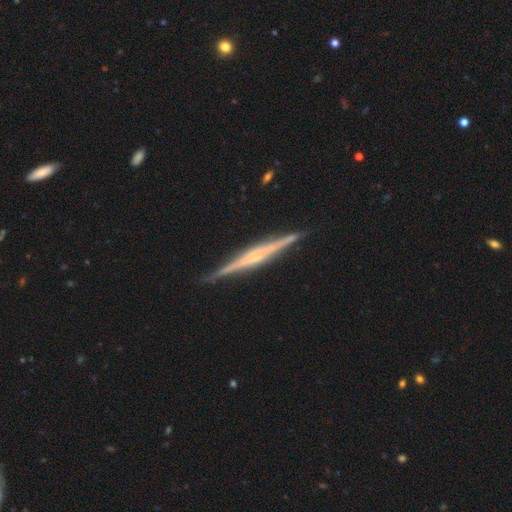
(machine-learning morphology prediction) Smooth or featured? featured or disk (83%)
Edge-on disk? yes (98%)
Edge-on bulge? rounded (49%)
Merging? none (89%)